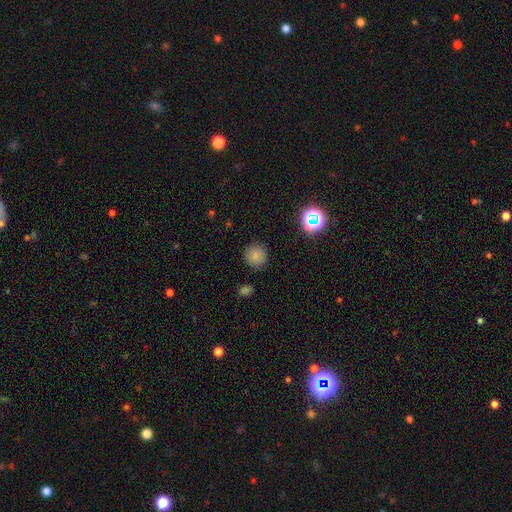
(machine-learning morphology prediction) This is clearly a smooth galaxy (81%). How rounded: clearly round (93%). Merging: clearly none (88%).